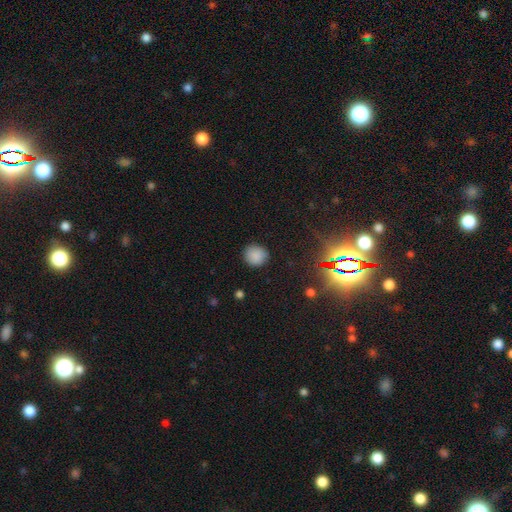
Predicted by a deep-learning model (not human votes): This is clearly a smooth galaxy (85%). How rounded: clearly round (89%). Merging: clearly none (88%).